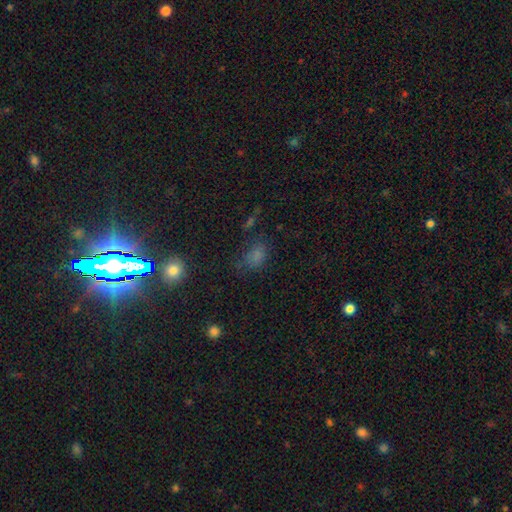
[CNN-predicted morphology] Smooth or featured?
  - smooth: 69% *
  - star or artifact: 23%
  - featured or disk: 8%
How rounded?
  - in between: 69% *
  - round: 29%
  - cigar-shaped: 2%
Merging?
  - none: 56% *
  - minor disturbance: 25%
  - major disturbance: 14%
  - merger: 5%